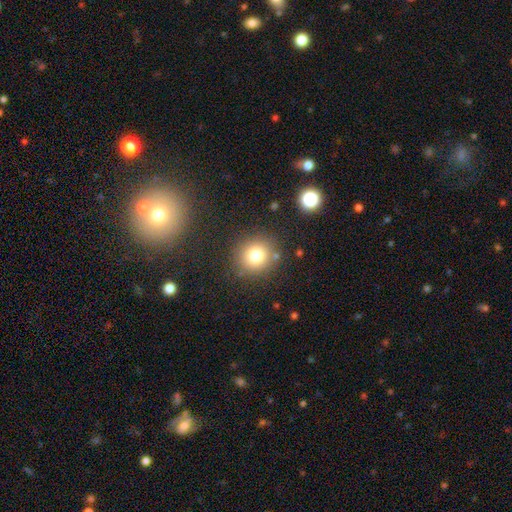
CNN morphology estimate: This appears to be a smooth galaxy with no disk features (77%) that is round (89%). Merging: none (84%).